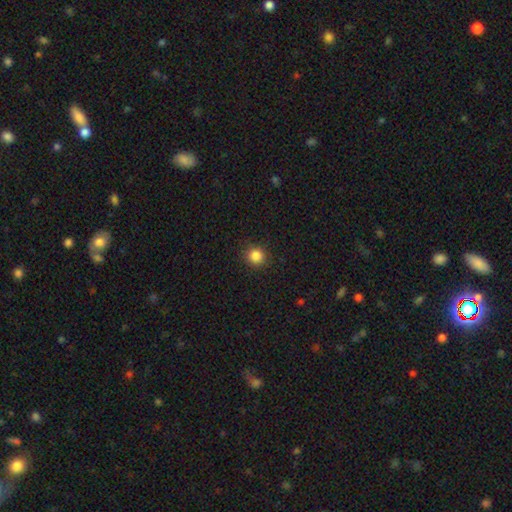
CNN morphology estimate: Smooth or featured? smooth (85%)
How rounded? round (92%)
Merging? none (91%)